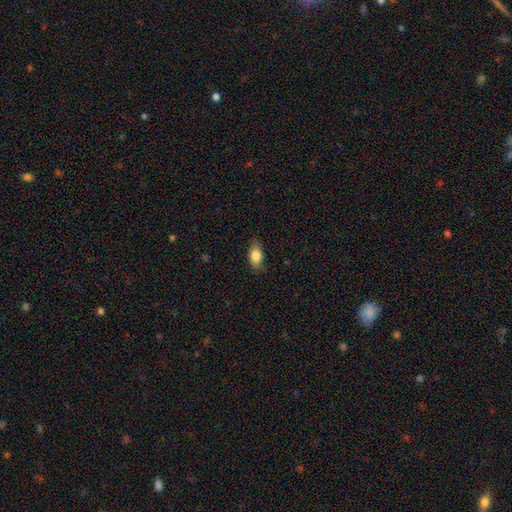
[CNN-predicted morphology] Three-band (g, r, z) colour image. It shows a smooth galaxy with no disk features (84%) that is in between round and cigar-shaped (88%). Merging: none (81%).